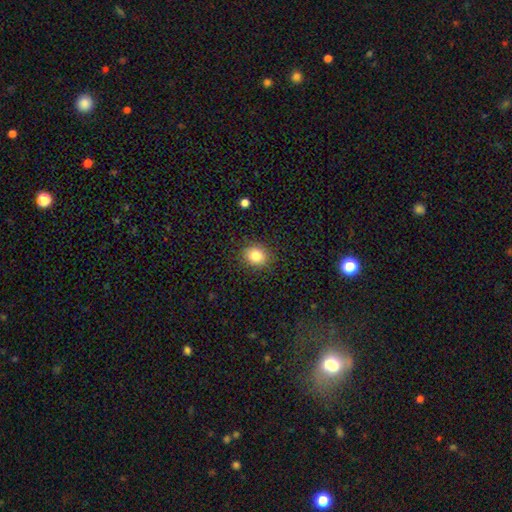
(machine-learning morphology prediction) type=smooth (82%); roundness=round (67%); merging=none (88%).